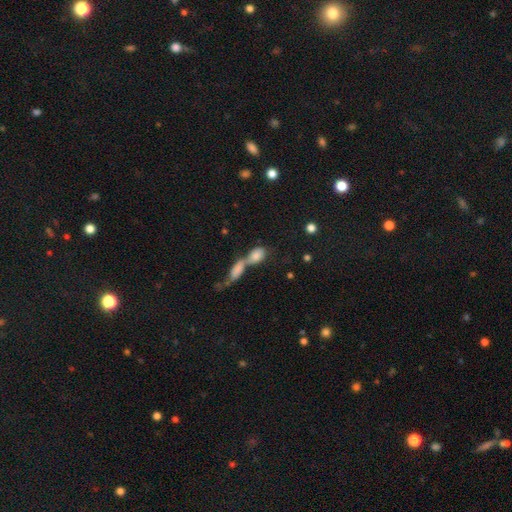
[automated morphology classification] Smooth or featured?
  - smooth: 74% *
  - featured or disk: 16%
  - star or artifact: 10%
How rounded?
  - in between: 74% *
  - round: 15%
  - cigar-shaped: 11%
Merging?
  - merger: 72% *
  - none: 17%
  - minor disturbance: 6%
  - major disturbance: 6%